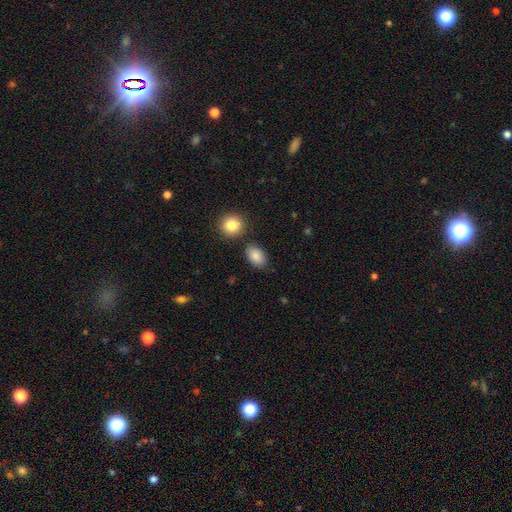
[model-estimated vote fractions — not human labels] This is clearly a smooth galaxy (87%). How rounded: clearly in between (85%). Merging: clearly none (81%).